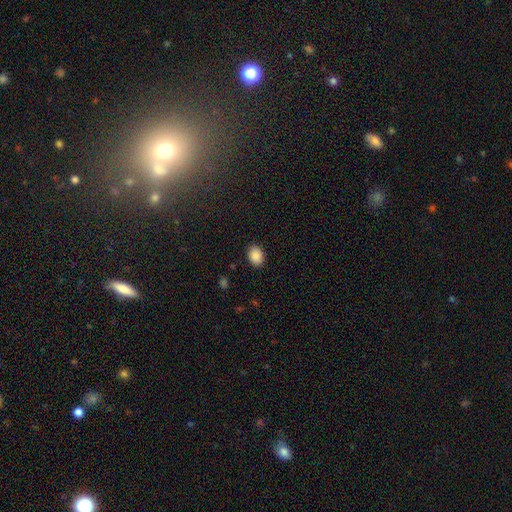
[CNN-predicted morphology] A smooth galaxy with no disk features (89%) that is in between round and cigar-shaped (73%). Merging: none (86%).